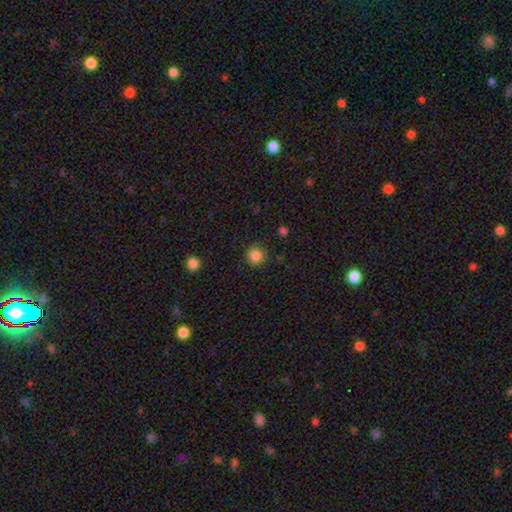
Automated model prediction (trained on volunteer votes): Smooth or featured? Predicted: smooth (p=0.86). How rounded? Predicted: round (p=0.93). Merging? Predicted: none (p=0.89).